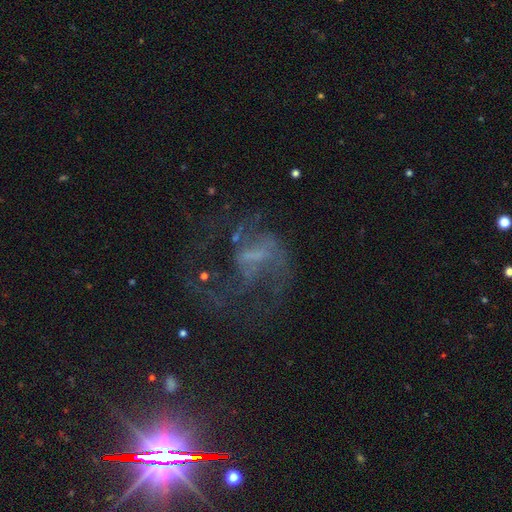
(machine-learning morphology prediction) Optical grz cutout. It shows a featured or disk galaxy (69%) with a weak bar (42%), spiral arms (69%) and no central bulge (49%). Merging: major disturbance (45%).